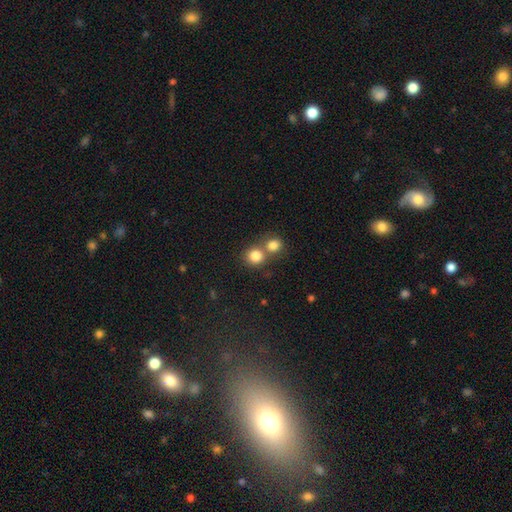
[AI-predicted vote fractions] smooth_or_featured: smooth (p=0.82) [alt: star or artifact p=0.11]
how_rounded: round (p=0.86) [alt: in between p=0.13]
merging: none (p=0.47) [alt: merger p=0.44]